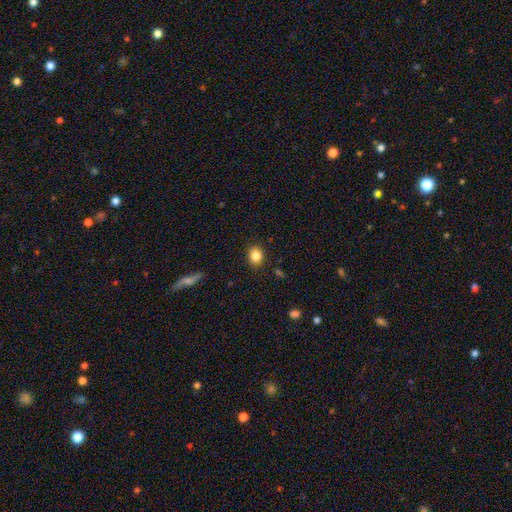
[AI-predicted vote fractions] A smooth galaxy with no disk features (84%) that is round (59%). Merging: none (89%).